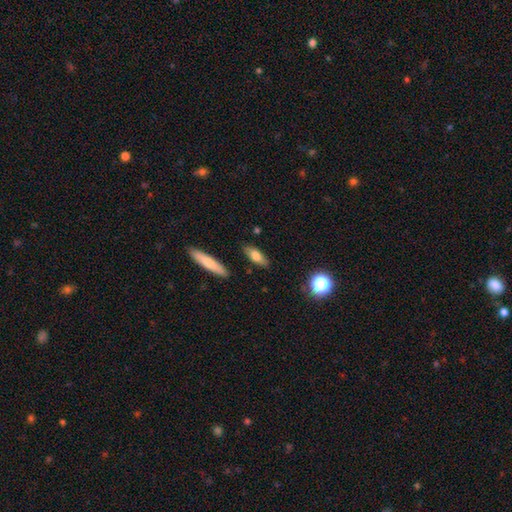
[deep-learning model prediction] Overall: smooth (73%). How rounded: in between (62%; cigar-shaped 35%). Merging: none (83%).